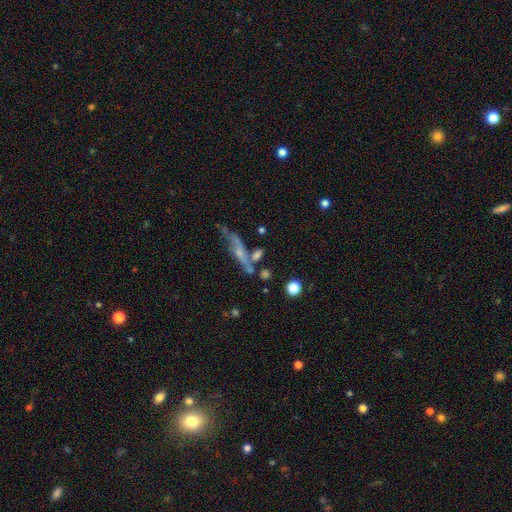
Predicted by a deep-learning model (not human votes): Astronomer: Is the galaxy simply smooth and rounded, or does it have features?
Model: featured or disk — 61%.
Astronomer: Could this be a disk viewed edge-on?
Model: yes — 60% (runner-up: no, 40%).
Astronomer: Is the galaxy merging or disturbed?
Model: none — 46% (runner-up: minor disturbance, 21%).